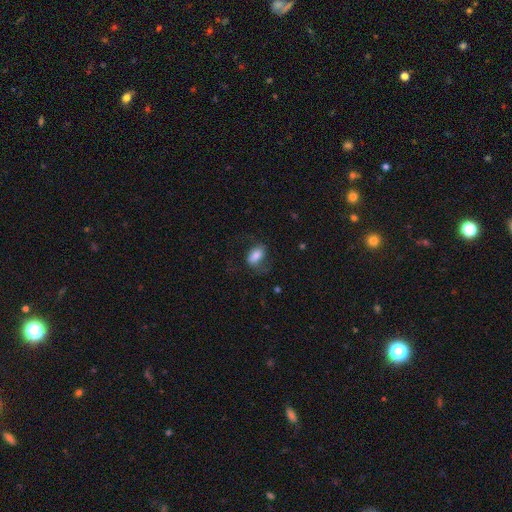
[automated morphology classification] smooth-or-featured: smooth: 72% | featured or disk: 19% | star or artifact: 9%
  how-rounded: in between: 89% | round: 8% | cigar-shaped: 3%
  merging: none: 55% | minor disturbance: 23% | major disturbance: 21% | merger: 2%